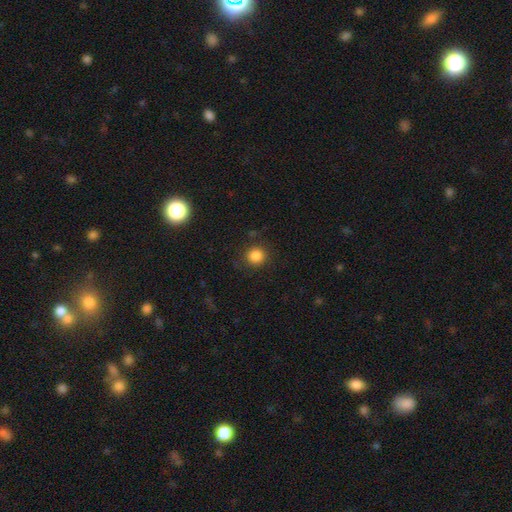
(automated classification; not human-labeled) Q: Smooth or featured?
A: smooth (84%); runner-up: star or artifact (12%)
Q: How rounded?
A: round (91%); runner-up: in between (8%)
Q: Merging?
A: none (87%); runner-up: minor disturbance (8%)